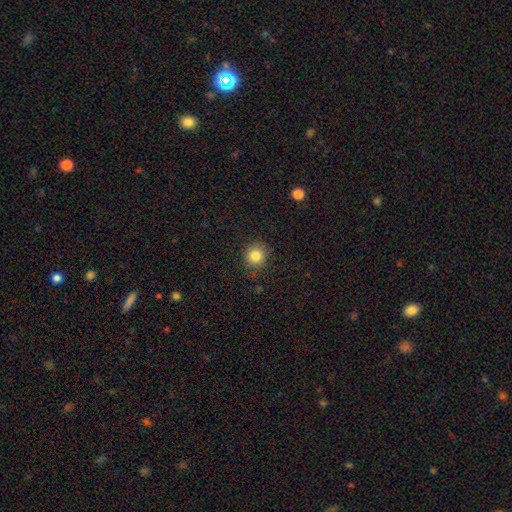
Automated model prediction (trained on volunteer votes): Q: Smooth or featured?
A: smooth (84%); runner-up: star or artifact (11%)
Q: How rounded?
A: round (89%); runner-up: in between (10%)
Q: Merging?
A: none (87%); runner-up: minor disturbance (9%)